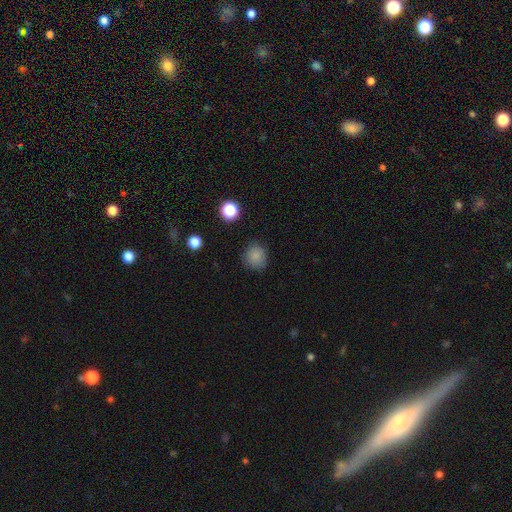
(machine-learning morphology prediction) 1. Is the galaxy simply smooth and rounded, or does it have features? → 83% smooth, 12% star or artifact, 5% featured or disk.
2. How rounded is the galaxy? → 86% round, 13% in between, 1% cigar-shaped.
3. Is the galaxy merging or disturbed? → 83% none, 12% minor disturbance, 3% major disturbance, 1% merger.